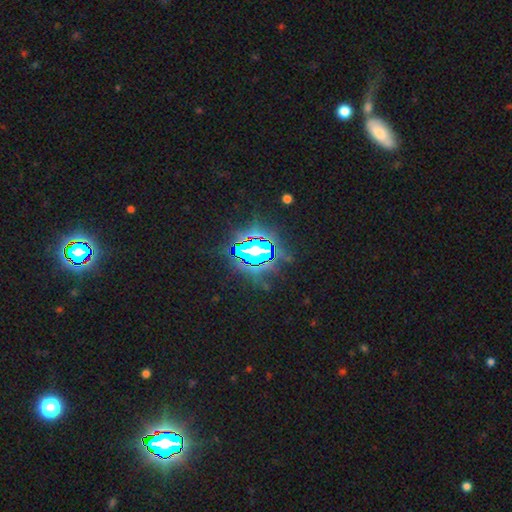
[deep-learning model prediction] Smooth or featured: star or artifact — 82% (smooth — 10%)